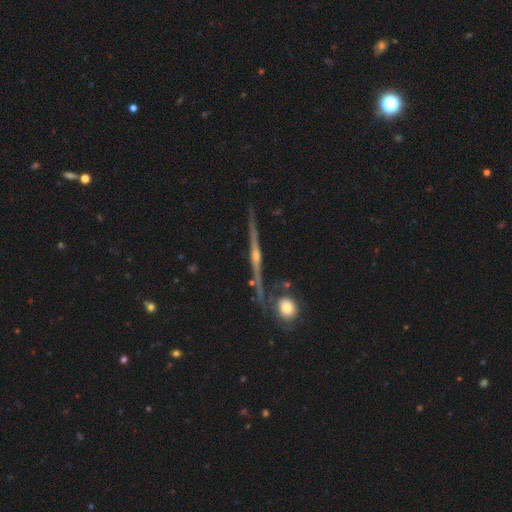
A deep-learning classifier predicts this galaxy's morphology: featured or disk 86%, smooth 7%, star or artifact 7%. Down the decision tree: edge-on disk — yes (97%); edge-on bulge — rounded (85%); merging — none (83%).